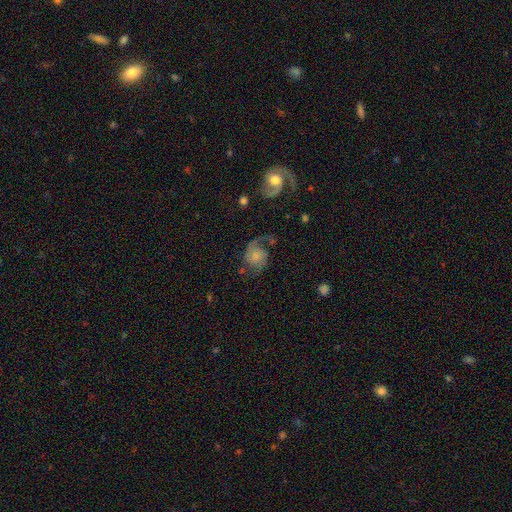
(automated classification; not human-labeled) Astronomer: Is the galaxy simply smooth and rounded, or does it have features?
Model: featured or disk — 72%.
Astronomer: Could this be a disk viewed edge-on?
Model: no — 98%.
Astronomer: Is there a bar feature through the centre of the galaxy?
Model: no — 70%.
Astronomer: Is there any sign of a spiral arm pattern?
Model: yes — 94%.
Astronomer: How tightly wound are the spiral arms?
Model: loose — 44% (runner-up: medium, 42%).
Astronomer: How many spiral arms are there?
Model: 2 — 78%.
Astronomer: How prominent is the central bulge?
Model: small — 38% (runner-up: moderate, 29%).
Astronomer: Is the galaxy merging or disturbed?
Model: none — 53%.